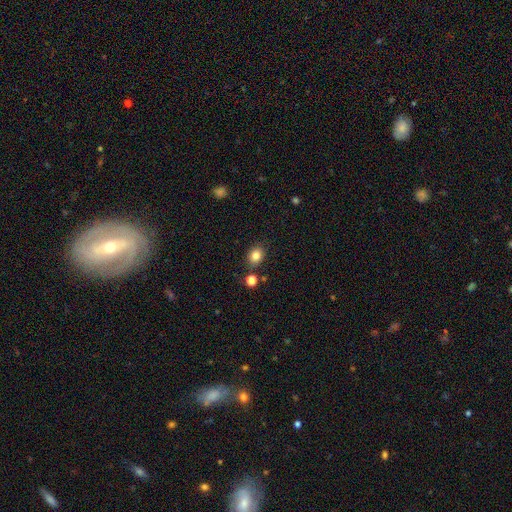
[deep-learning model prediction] A smooth galaxy with no disk features (83%) that is round (54%). Merging: none (80%).